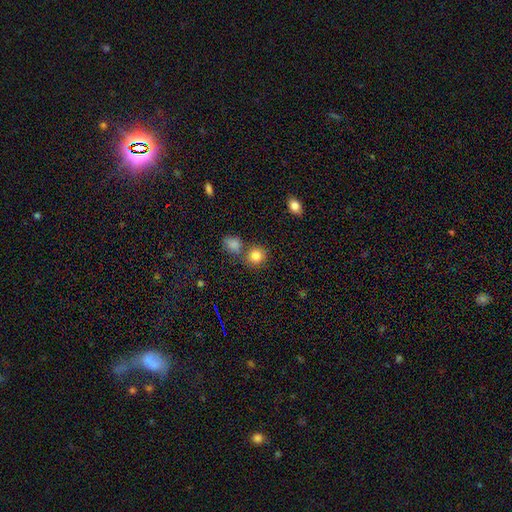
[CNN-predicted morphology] A smooth galaxy with no disk features (84%) that is round (83%).

Vote fractions:
- Smooth or featured? smooth: 84% / star or artifact: 11% / featured or disk: 6%
- How rounded? round: 83% / in between: 16% / cigar-shaped: 1%
- Merging? none: 65% / merger: 22% / minor disturbance: 9% / major disturbance: 4%